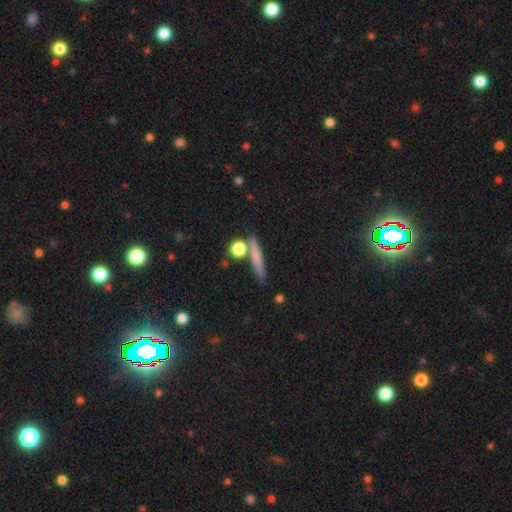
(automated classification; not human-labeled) Smooth or featured? smooth (68%)
How rounded? cigar-shaped (80%)
Merging? none (77%)